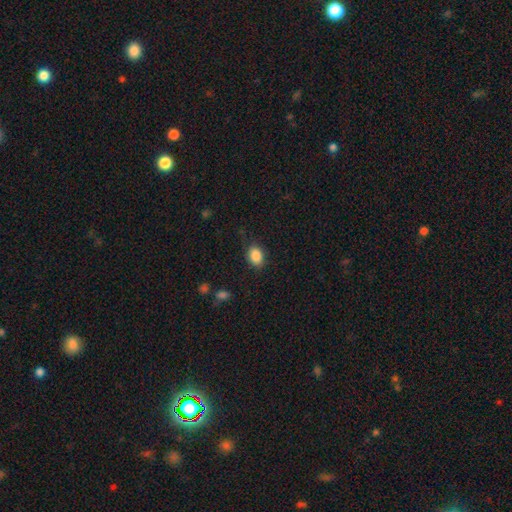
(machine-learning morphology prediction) This is clearly a smooth galaxy (88%). How rounded: likely in between (73%). Merging: clearly none (81%).